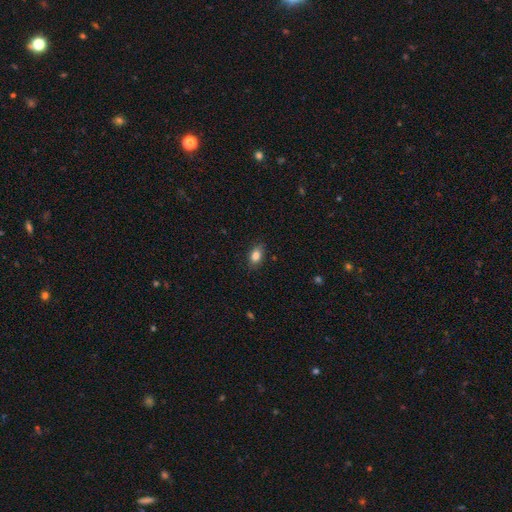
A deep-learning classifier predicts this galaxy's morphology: smooth 84%, star or artifact 9%, featured or disk 7%. Down the decision tree: how rounded — in between (82%); merging — none (83%).